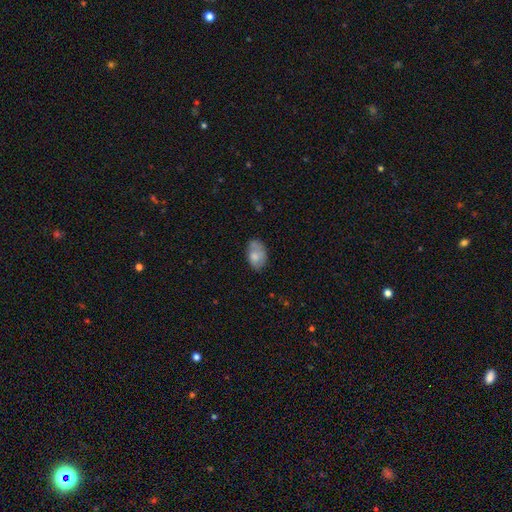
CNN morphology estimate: Smooth or featured? smooth (66%)
How rounded? in between (89%)
Merging? none (57%)